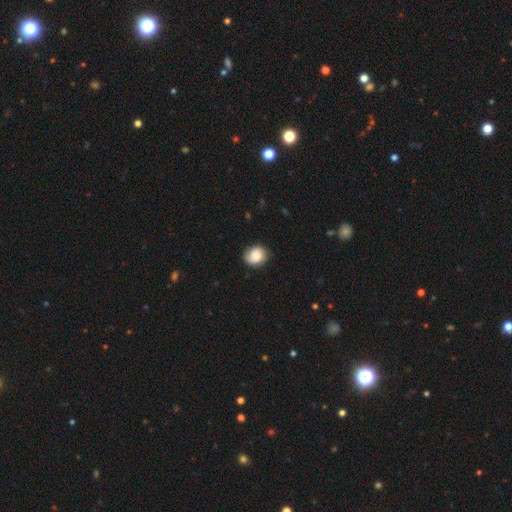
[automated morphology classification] The model was most divided on "how rounded": round: 65%, in between: 34%, cigar-shaped: 1%. More confident: merging — none (80%); smooth or featured — smooth (77%).